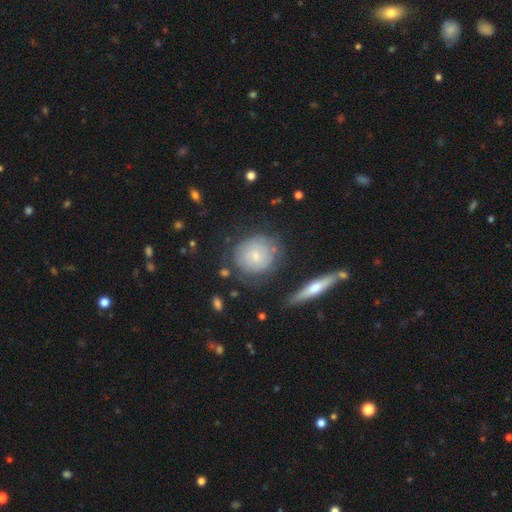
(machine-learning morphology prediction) Smooth or featured: smooth — 50% (featured or disk — 42%)
How rounded: round — 83% (in between — 15%)
Merging: none — 71% (minor disturbance — 17%)